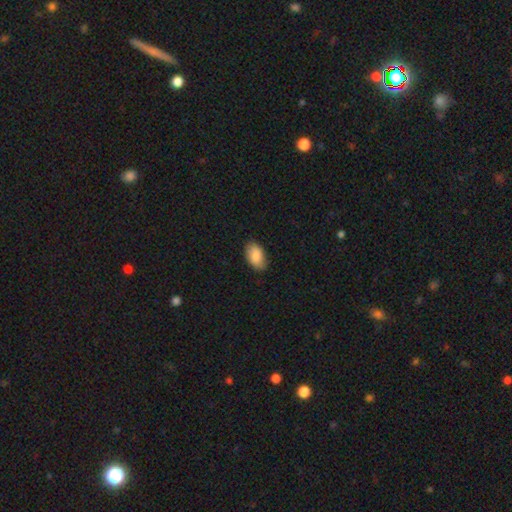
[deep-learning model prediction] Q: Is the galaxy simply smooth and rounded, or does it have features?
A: smooth — 87%.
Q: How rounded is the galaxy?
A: in between — 94%.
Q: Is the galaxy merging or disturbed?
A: none — 81%.